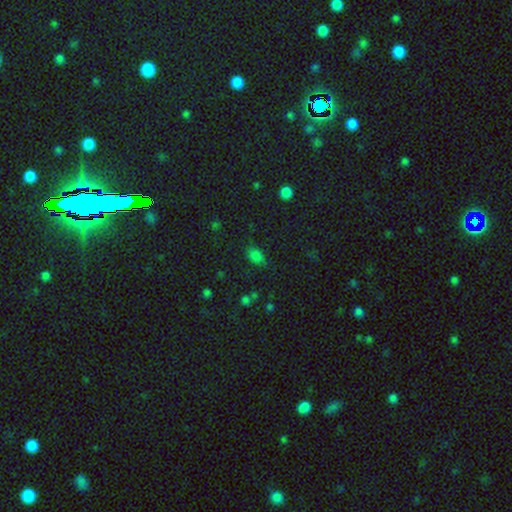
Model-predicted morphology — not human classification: Smooth or featured? smooth (72%)
How rounded? in between (75%)
Merging? none (67%)